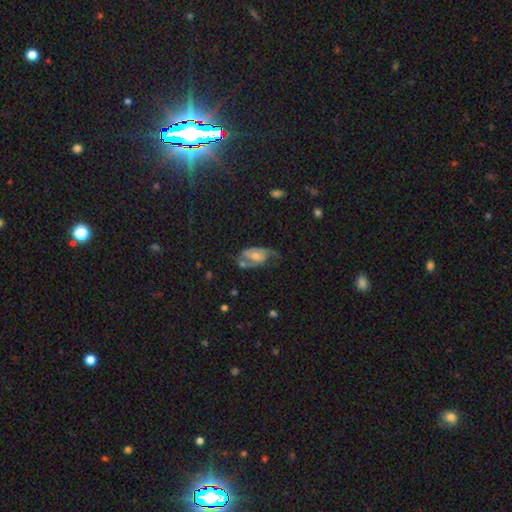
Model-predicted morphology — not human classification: A featured or disk galaxy (76%) with no bar (51%), 2 (83%) medium (47%) spiral arms (92%) and a moderate central bulge (46%). Merging: none (49%).